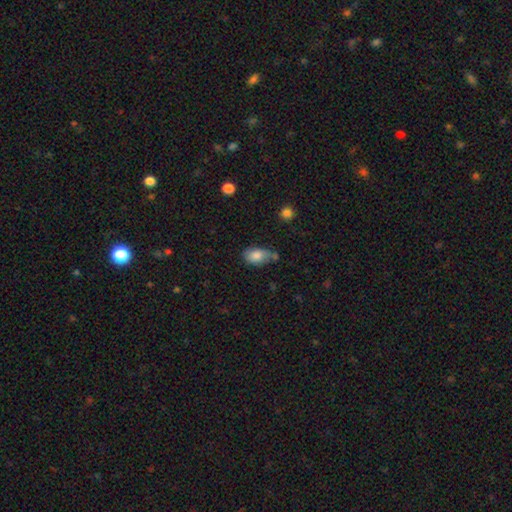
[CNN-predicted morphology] A smooth galaxy with no disk features (82%) that is in between round and cigar-shaped (88%).

Vote fractions:
- Smooth or featured? smooth: 82% / featured or disk: 10% / star or artifact: 8%
- How rounded? in between: 88% / round: 10% / cigar-shaped: 2%
- Merging? none: 49% / minor disturbance: 31% / merger: 12% / major disturbance: 8%